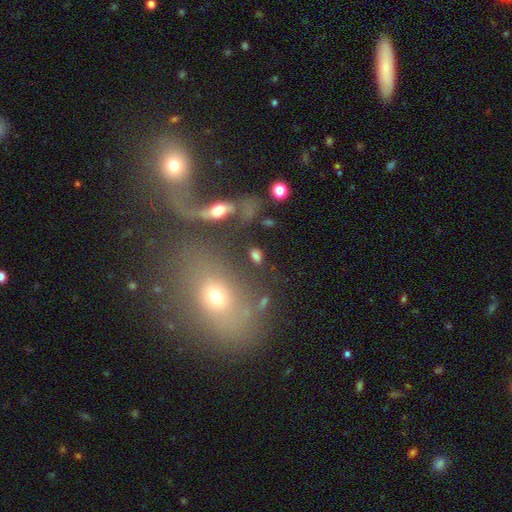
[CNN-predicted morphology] type=smooth (75%); roundness=in between (78%); merging=none (69%).